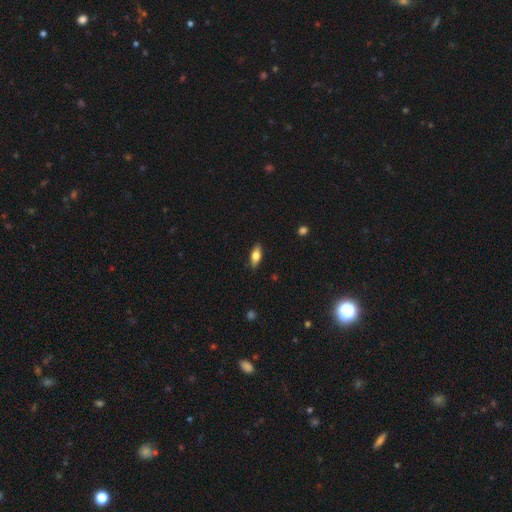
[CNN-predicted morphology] smooth-or-featured: smooth: 66% | featured or disk: 27% | star or artifact: 7%
  how-rounded: in between: 75% | cigar-shaped: 21% | round: 3%
  merging: none: 88% | minor disturbance: 9% | major disturbance: 2% | merger: 1%